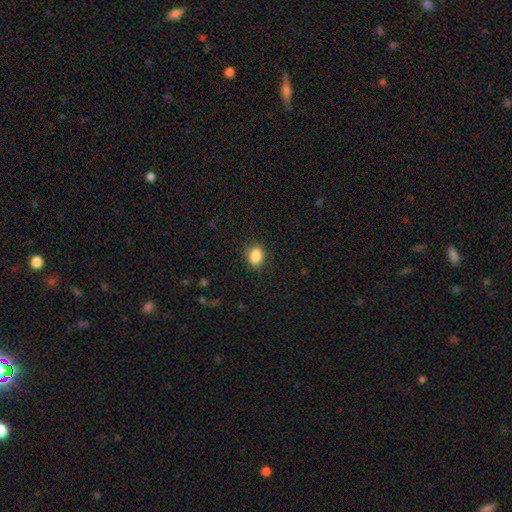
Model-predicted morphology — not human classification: The model was most divided on "how rounded": in between: 60%, round: 39%, cigar-shaped: 1%. More confident: smooth or featured — smooth (87%); merging — none (85%).